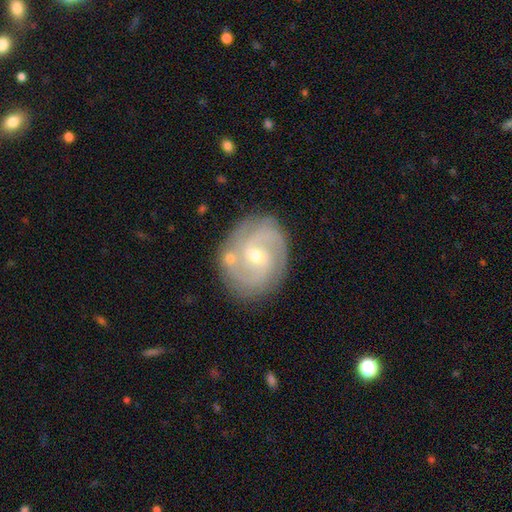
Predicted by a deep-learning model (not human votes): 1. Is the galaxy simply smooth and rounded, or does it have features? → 85% featured or disk, 10% smooth, 6% star or artifact.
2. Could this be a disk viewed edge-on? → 97% no, 3% yes.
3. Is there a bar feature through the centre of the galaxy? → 51% weak, 37% no, 12% strong.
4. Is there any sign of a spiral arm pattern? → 96% yes, 4% no.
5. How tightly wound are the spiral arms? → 46% medium, 41% tight, 13% loose.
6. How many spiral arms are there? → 61% 2, 18% 3, 11% can't tell, 4% 4, 3% 1, 3% more than 4.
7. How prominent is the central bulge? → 56% small, 41% moderate, 1% large, 1% none, 1% dominant.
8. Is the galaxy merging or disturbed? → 78% none, 13% minor disturbance, 5% merger, 4% major disturbance.